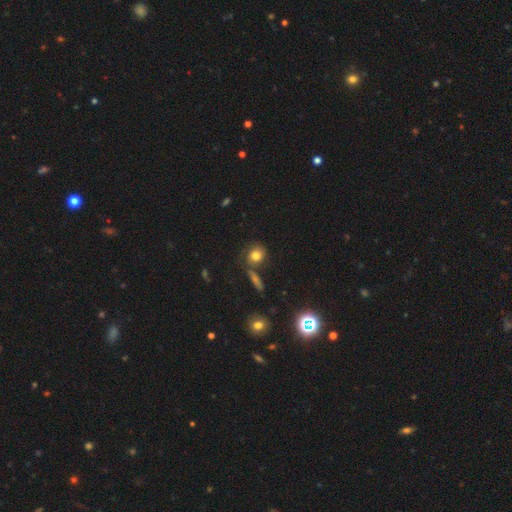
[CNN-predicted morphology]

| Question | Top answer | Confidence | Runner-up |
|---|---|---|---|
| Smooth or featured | smooth | 75% | star or artifact (13%) |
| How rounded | round | 65% | in between (32%) |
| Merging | none | 65% | merger (15%) |